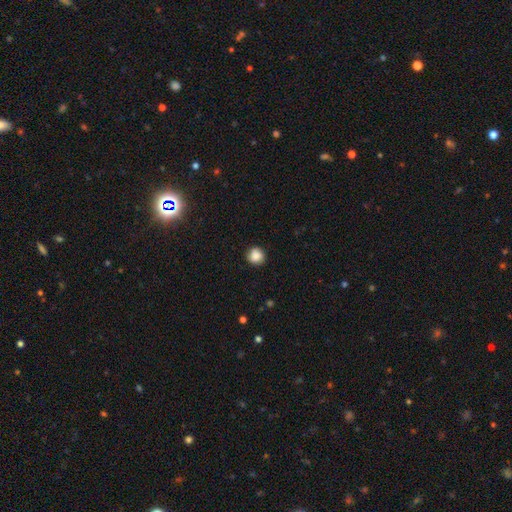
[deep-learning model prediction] Smooth or featured?
  - smooth: 87% *
  - star or artifact: 10%
  - featured or disk: 3%
How rounded?
  - round: 93% *
  - in between: 6%
  - cigar-shaped: 1%
Merging?
  - none: 90% *
  - minor disturbance: 7%
  - major disturbance: 2%
  - merger: 1%